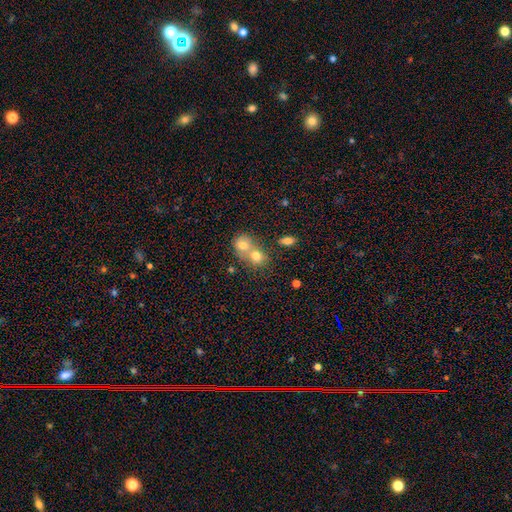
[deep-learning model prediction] The model was most divided on "merging": merger: 59%, none: 33%, minor disturbance: 5%, major disturbance: 3%. More confident: how rounded — round (76%); smooth or featured — smooth (61%).